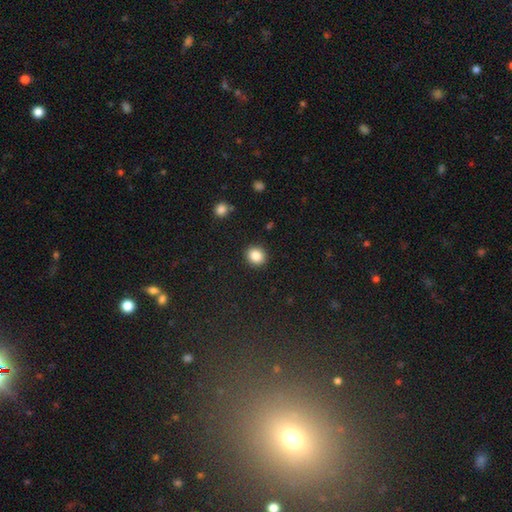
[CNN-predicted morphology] Q: Smooth or featured?
A: smooth (86%); runner-up: star or artifact (9%)
Q: How rounded?
A: round (81%); runner-up: in between (19%)
Q: Merging?
A: none (91%); runner-up: minor disturbance (6%)